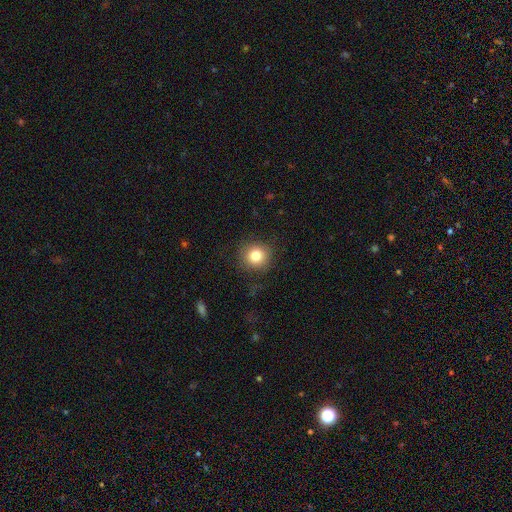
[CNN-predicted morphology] This is clearly a smooth galaxy (82%). How rounded: clearly round (91%). Merging: clearly none (87%).